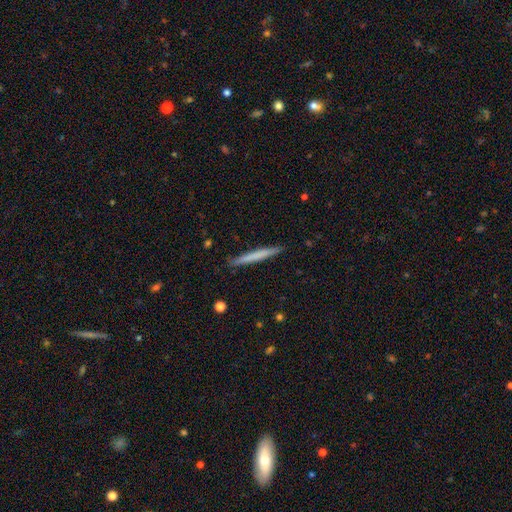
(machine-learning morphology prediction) Smooth or featured? Predicted: smooth (p=0.65). How rounded? Predicted: cigar-shaped (p=0.97). Merging? Predicted: none (p=0.91).